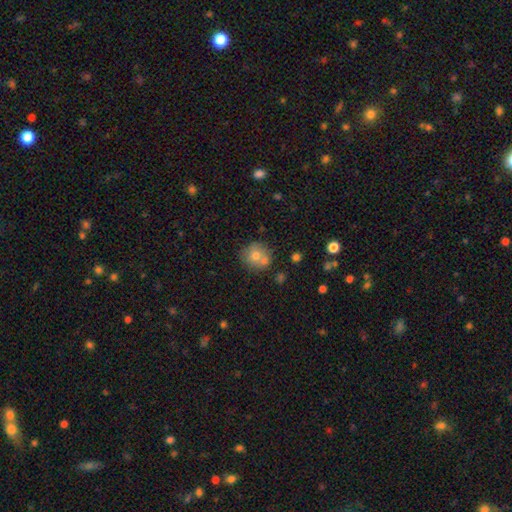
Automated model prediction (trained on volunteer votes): A smooth galaxy with no disk features (72%) that is round (85%). Merging: none (56%).